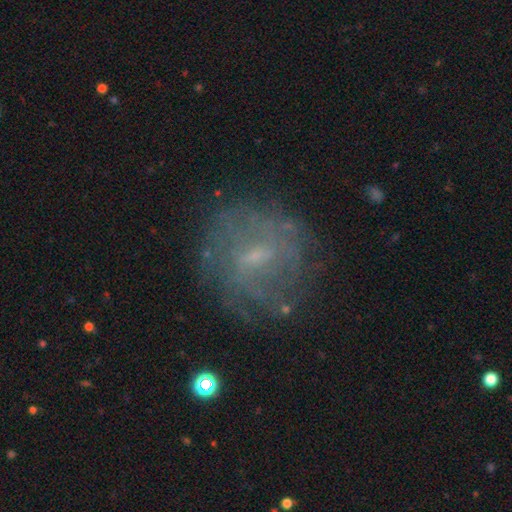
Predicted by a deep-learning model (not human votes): This appears to be a featured or disk galaxy (65%) with a weak bar (57%), spiral arms (62%) and a small central bulge (61%). Merging: none (71%).